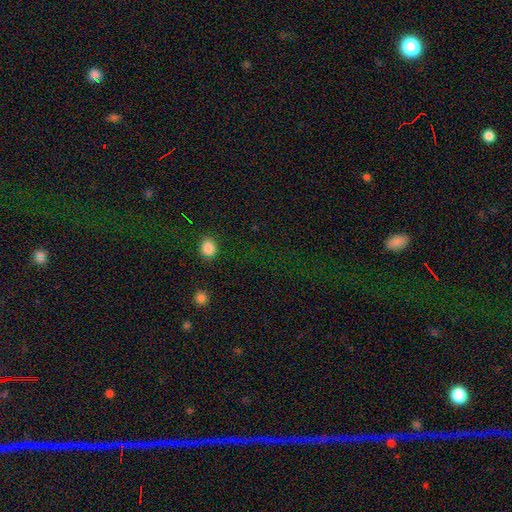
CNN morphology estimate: This appears to be a star or artifact, not a galaxy (80%).